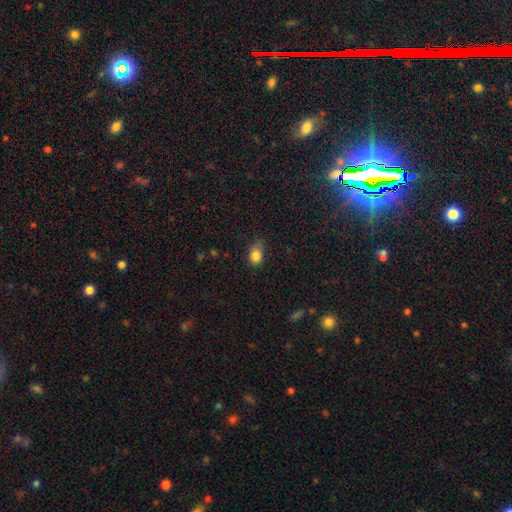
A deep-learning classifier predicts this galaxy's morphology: This is clearly a smooth galaxy (84%). How rounded: possibly round (51%). Merging: likely none (60%).